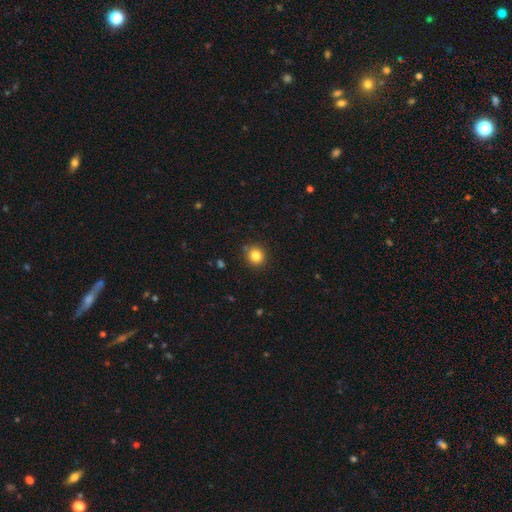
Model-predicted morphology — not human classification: A smooth galaxy with no disk features (83%) that is round (88%). Merging: none (87%).